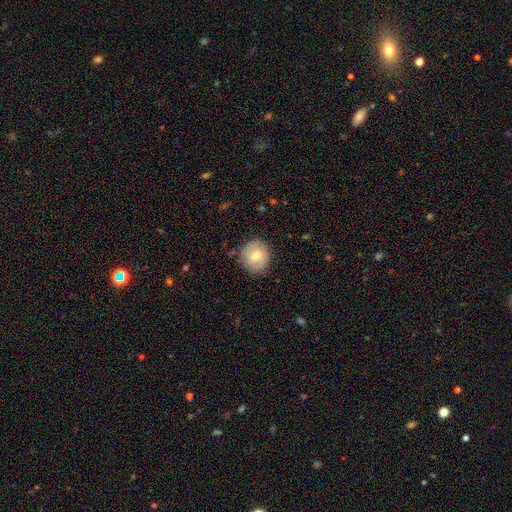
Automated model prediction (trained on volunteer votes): Overall: smooth (64%; featured or disk 29%). How rounded: round (87%). Merging: none (83%).